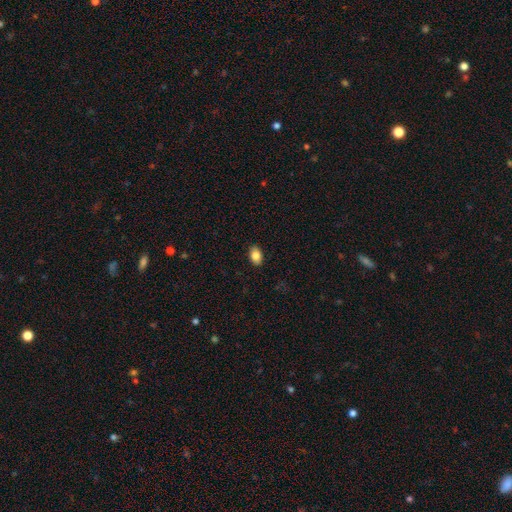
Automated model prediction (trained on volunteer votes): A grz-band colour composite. It shows a smooth galaxy with no disk features (84%) that is in between round and cigar-shaped (88%). Merging: none (89%).